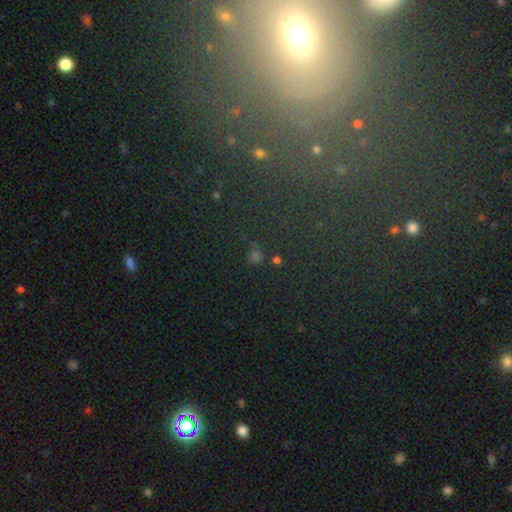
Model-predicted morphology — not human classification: Smooth or featured? Predicted: smooth (p=0.47). Merging? Predicted: none (p=0.76).